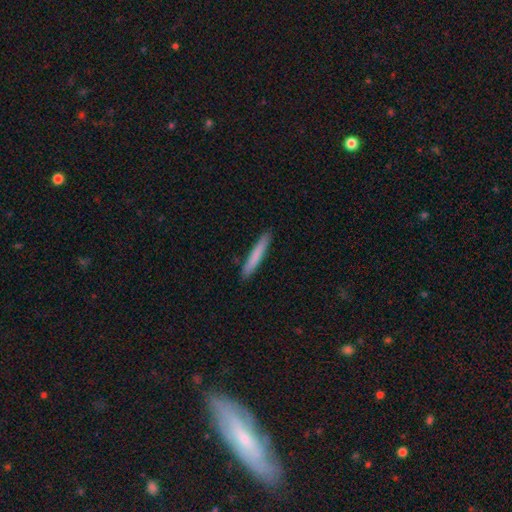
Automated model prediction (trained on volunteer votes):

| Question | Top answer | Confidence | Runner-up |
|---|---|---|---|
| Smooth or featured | smooth | 78% | featured or disk (17%) |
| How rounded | cigar-shaped | 96% | in between (3%) |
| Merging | none | 90% | minor disturbance (7%) |